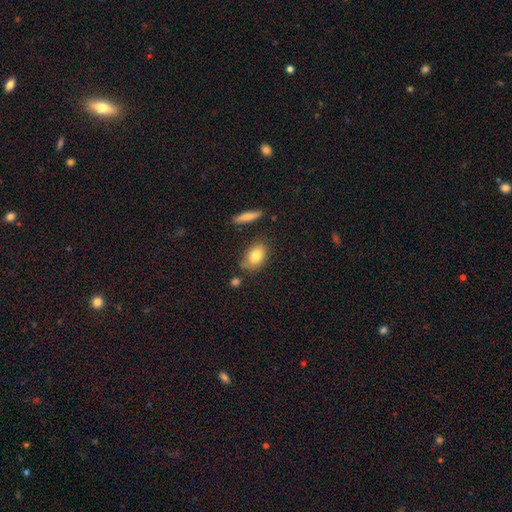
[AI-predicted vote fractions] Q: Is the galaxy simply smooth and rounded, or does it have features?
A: smooth — 81%.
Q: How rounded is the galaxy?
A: in between — 83%.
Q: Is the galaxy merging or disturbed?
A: none — 71%.